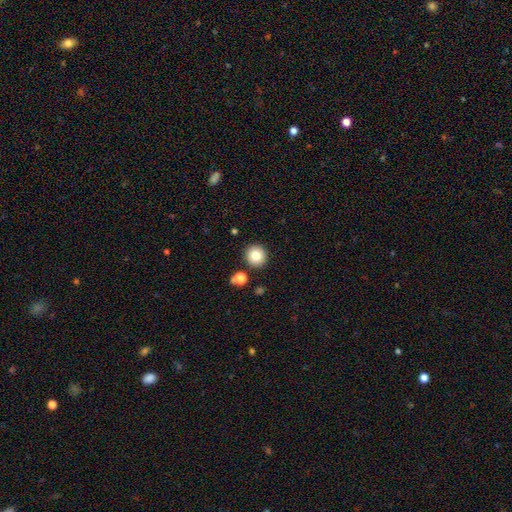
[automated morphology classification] Overall: smooth (83%). How rounded: round (93%). Merging: none (89%).